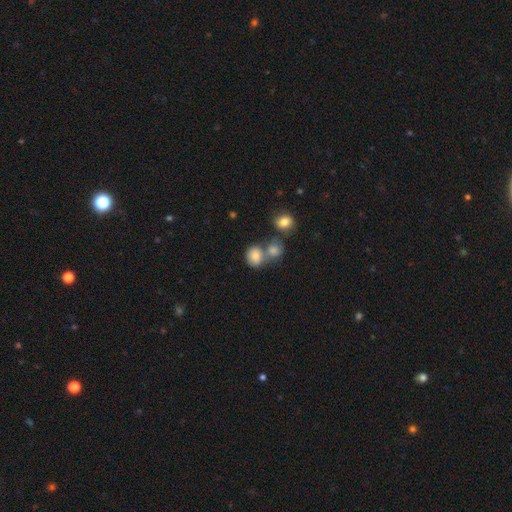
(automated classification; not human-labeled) Overall: smooth (80%). How rounded: round (65%; in between 34%). Merging: none (43%; merger 42%).